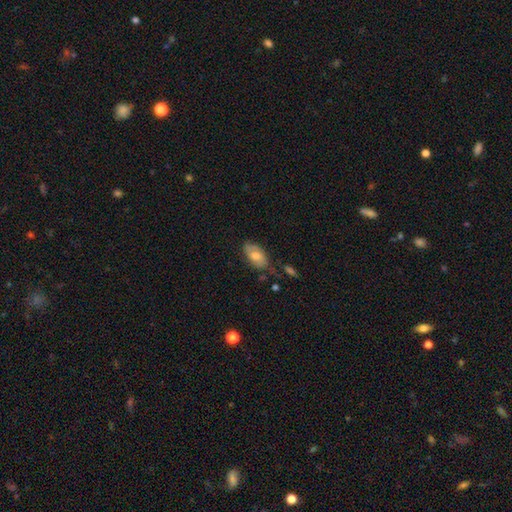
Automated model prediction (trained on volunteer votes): A smooth galaxy with no disk features (54%) that is in between round and cigar-shaped (91%). Merging: none (63%).